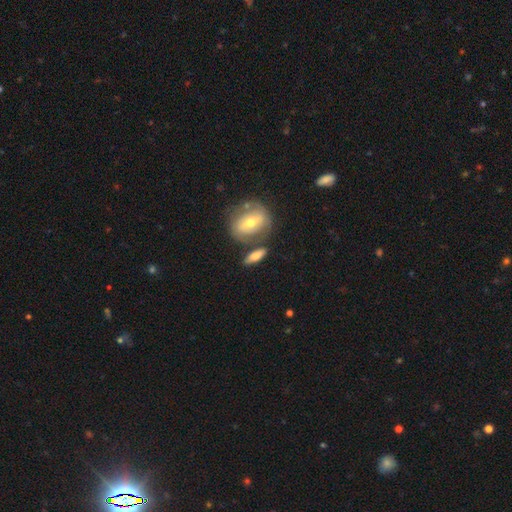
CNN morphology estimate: smooth_or_featured: smooth (p=0.66) [alt: featured or disk p=0.27]
how_rounded: in between (p=0.55) [alt: cigar-shaped p=0.37]
merging: none (p=0.64) [alt: merger p=0.16]